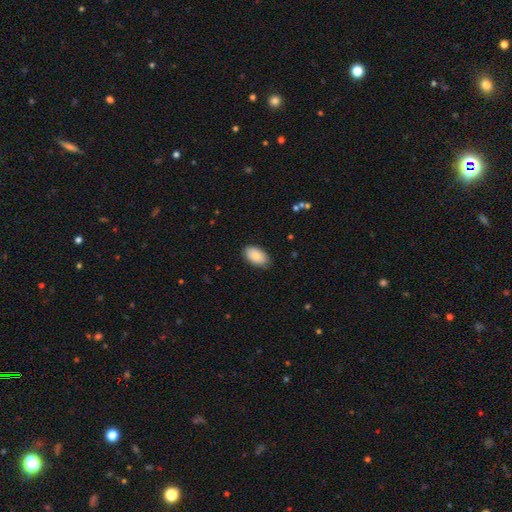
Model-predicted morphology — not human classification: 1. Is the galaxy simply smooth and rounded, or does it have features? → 85% smooth, 9% featured or disk, 7% star or artifact.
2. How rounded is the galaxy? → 94% in between, 4% round, 1% cigar-shaped.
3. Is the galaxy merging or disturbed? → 85% none, 12% minor disturbance, 2% major disturbance, 1% merger.